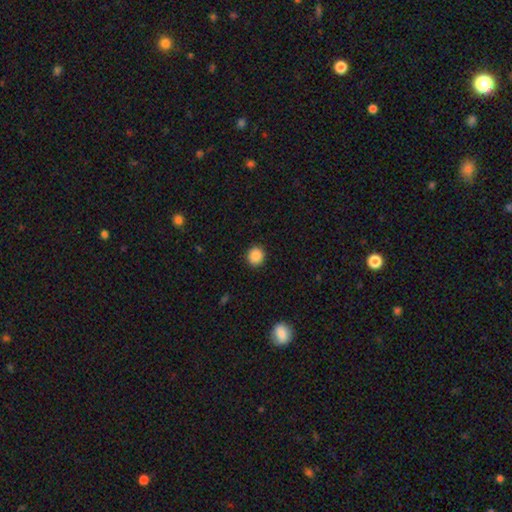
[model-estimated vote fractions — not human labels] Smooth or featured: smooth — 88% (star or artifact — 9%)
How rounded: round — 85% (in between — 14%)
Merging: none — 91% (minor disturbance — 6%)